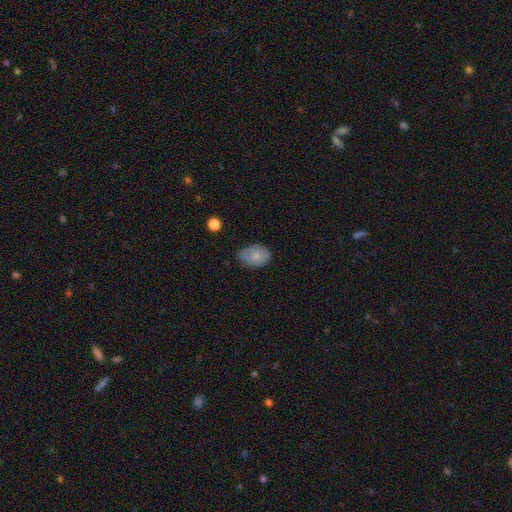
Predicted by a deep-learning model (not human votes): Morphology: type=smooth (74%); roundness=in between (79%); merging=none (61%).